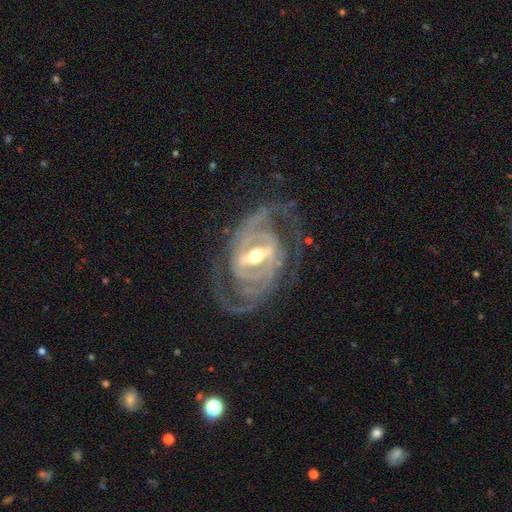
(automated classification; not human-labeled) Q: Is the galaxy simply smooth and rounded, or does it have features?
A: featured or disk — 91%.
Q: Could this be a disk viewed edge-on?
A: no — 95%.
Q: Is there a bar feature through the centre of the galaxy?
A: strong — 68%.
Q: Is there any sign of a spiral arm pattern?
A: yes — 94%.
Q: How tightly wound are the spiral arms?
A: medium — 43%.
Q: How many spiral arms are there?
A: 2 — 68%.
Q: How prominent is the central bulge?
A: moderate — 70%.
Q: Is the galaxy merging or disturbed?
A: none — 67%.